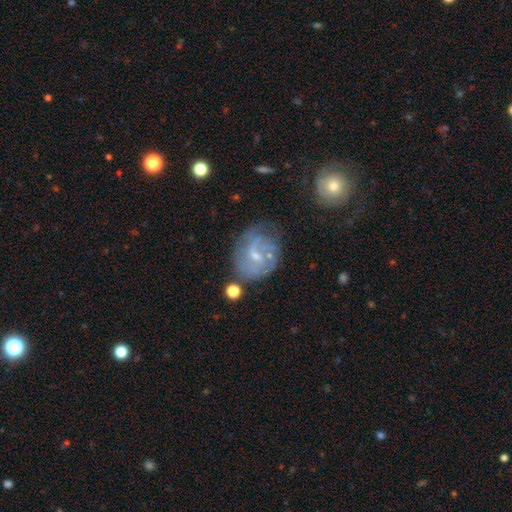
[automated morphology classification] A featured or disk galaxy (68%) with a weak bar (50%), tight (41%) spiral arms (78%) and a small central bulge (65%).

Vote fractions:
- Smooth or featured? featured or disk: 68% / smooth: 23% / star or artifact: 9%
- Edge-on disk? no: 97% / yes: 3%
- Bar? weak: 50% / no: 40% / strong: 10%
- Spiral arms? yes: 78% / no: 22%
- Spiral winding? tight: 41% / medium: 37% / loose: 23%
- Spiral arm count? can't tell: 44% / 2: 27% / 3: 13% / 1: 9% / 4: 5% / more than 4: 3%
- Bulge size? small: 65% / moderate: 25% / none: 7% / large: 1% / dominant: 1%
- Merging? none: 50% / minor disturbance: 24% / major disturbance: 18% / merger: 7%